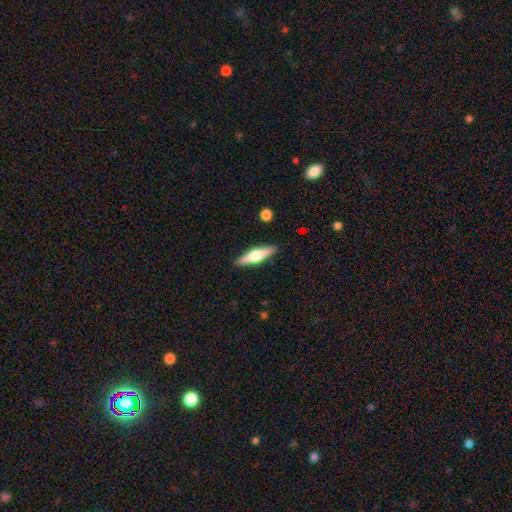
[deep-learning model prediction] smooth-or-featured: featured or disk: 53% | smooth: 41% | star or artifact: 6%
  disk-edge-on: yes: 94% | no: 6%
  merging: none: 89% | minor disturbance: 8% | major disturbance: 2% | merger: 1%